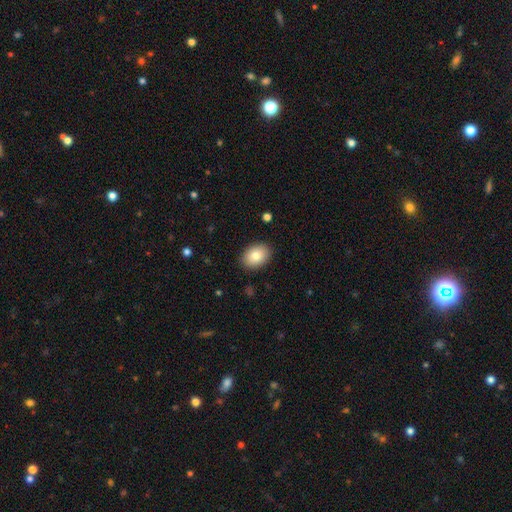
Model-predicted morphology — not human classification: Smooth or featured? Predicted: smooth (p=0.83). How rounded? Predicted: in between (p=0.79). Merging? Predicted: none (p=0.89).